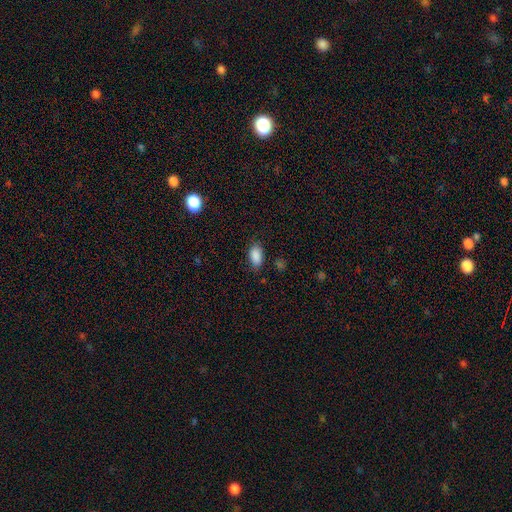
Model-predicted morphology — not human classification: This is clearly a smooth galaxy (89%). How rounded: clearly in between (92%). Merging: clearly none (81%).